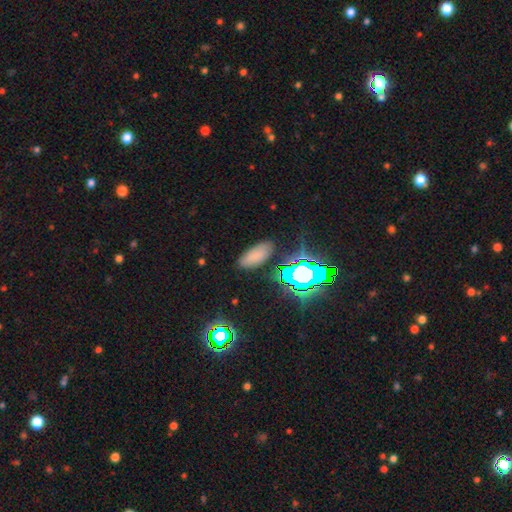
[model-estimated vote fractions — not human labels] A smooth galaxy with no disk features (66%) that is in between round and cigar-shaped (88%).

Vote fractions:
- Smooth or featured? smooth: 66% / star or artifact: 23% / featured or disk: 11%
- How rounded? in between: 88% / cigar-shaped: 9% / round: 3%
- Merging? none: 82% / minor disturbance: 12% / major disturbance: 4% / merger: 2%